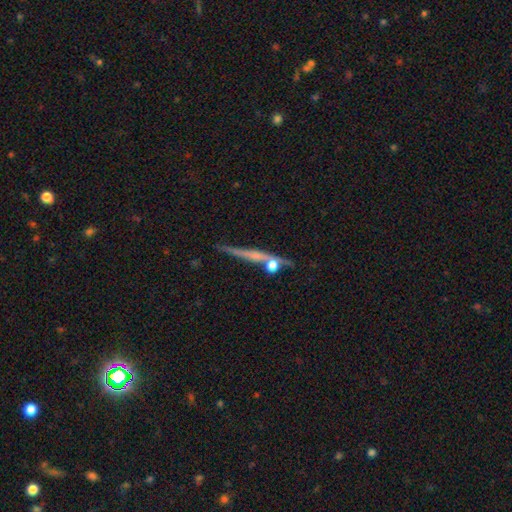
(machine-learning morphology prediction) Smooth or featured: featured or disk — 57% (smooth — 32%)
Edge-on disk: yes — 91% (no — 9%)
Edge-on bulge: none — 54% (rounded — 34%)
Merging: none — 67% (merger — 14%)